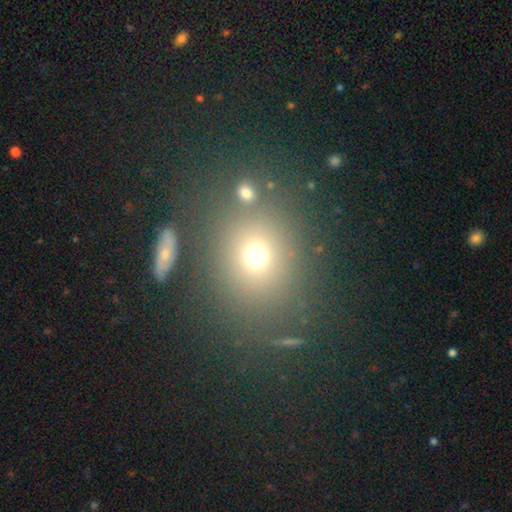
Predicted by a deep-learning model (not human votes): smooth 69%, star or artifact 20%, featured or disk 11%. Down the decision tree: how rounded — round (75%); merging — none (76%).